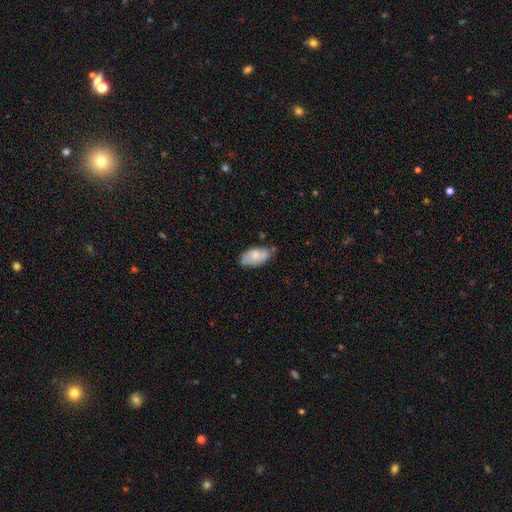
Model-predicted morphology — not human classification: Smooth or featured? Predicted: smooth (p=0.67). How rounded? Predicted: in between (p=0.93). Merging? Predicted: none (p=0.68).